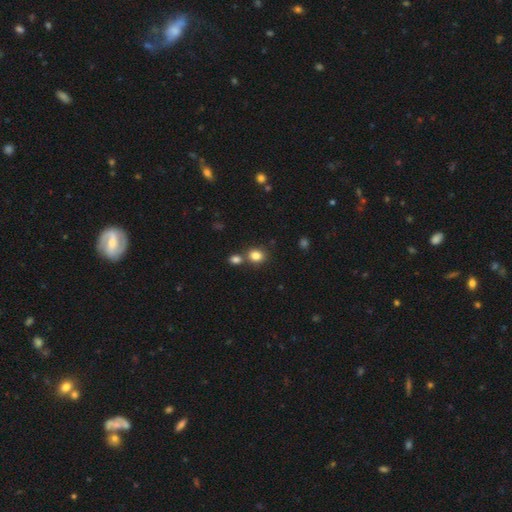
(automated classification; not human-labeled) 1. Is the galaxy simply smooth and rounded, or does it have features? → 82% smooth, 11% star or artifact, 6% featured or disk.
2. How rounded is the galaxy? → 67% round, 32% in between, 1% cigar-shaped.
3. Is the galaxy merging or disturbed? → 63% none, 25% merger, 9% minor disturbance, 3% major disturbance.